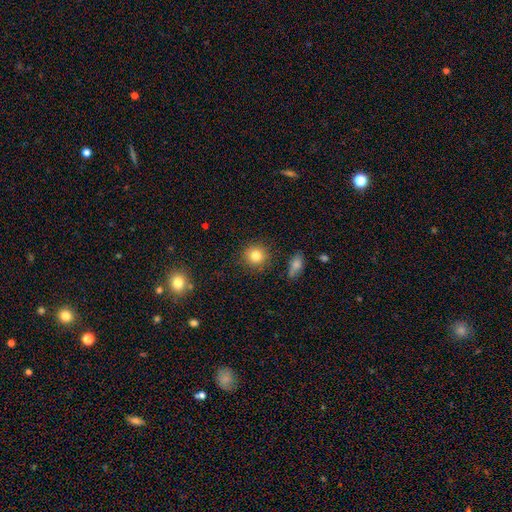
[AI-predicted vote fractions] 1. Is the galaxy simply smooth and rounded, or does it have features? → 82% smooth, 11% star or artifact, 7% featured or disk.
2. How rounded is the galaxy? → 91% round, 8% in between, 1% cigar-shaped.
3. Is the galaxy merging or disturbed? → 88% none, 7% minor disturbance, 2% major disturbance, 2% merger.